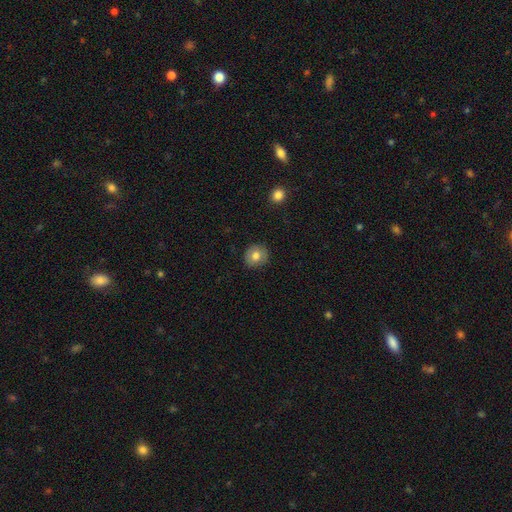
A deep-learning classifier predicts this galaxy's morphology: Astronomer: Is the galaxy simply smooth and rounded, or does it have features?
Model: smooth — 77%.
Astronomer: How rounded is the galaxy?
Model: round — 87%.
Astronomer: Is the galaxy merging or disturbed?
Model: none — 88%.